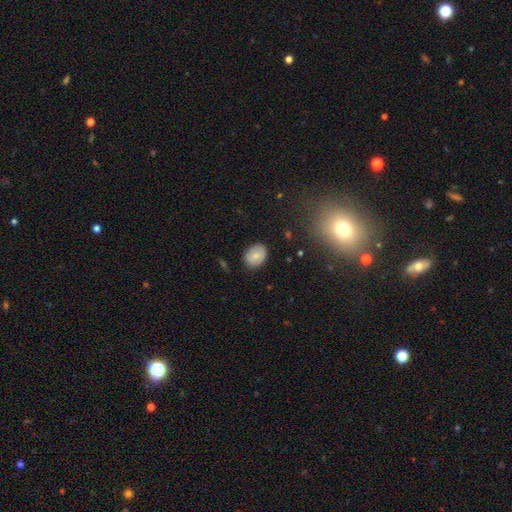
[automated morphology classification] smooth_or_featured: smooth (p=0.77) [alt: featured or disk p=0.14]
how_rounded: in between (p=0.66) [alt: round p=0.33]
merging: none (p=0.82) [alt: minor disturbance p=0.14]